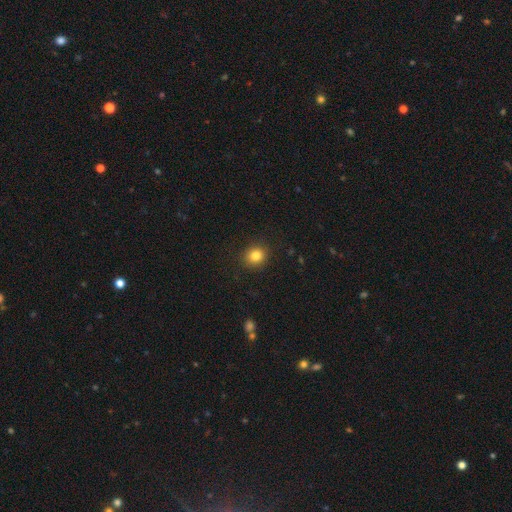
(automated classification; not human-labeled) Smooth or featured?
  - smooth: 83% *
  - star or artifact: 11%
  - featured or disk: 6%
How rounded?
  - round: 82% *
  - in between: 18%
  - cigar-shaped: 1%
Merging?
  - none: 90% *
  - minor disturbance: 7%
  - major disturbance: 2%
  - merger: 1%